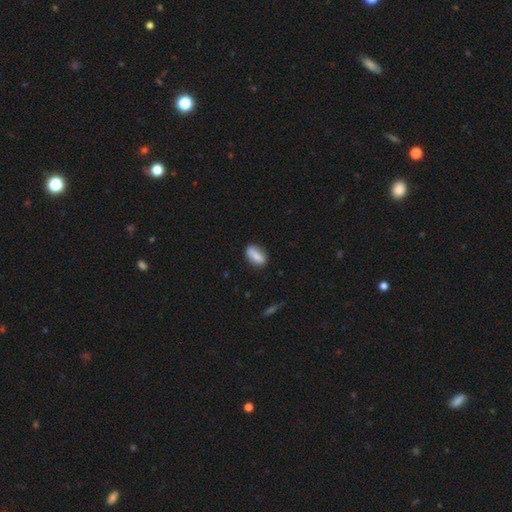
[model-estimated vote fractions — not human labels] smooth 79%, featured or disk 14%, star or artifact 7%. Down the decision tree: how rounded — in between (79%); merging — none (82%).